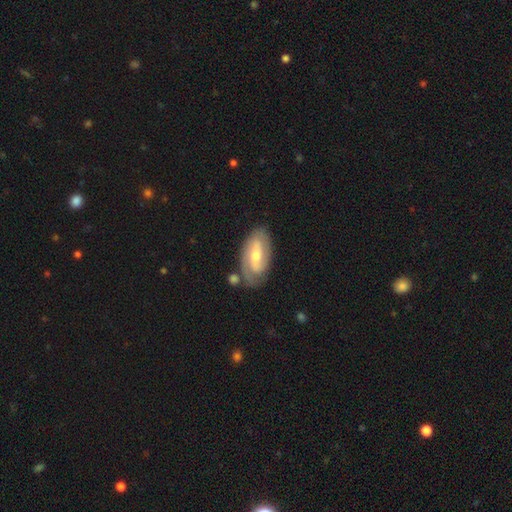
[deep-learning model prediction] smooth-or-featured: featured or disk: 71% | smooth: 24% | star or artifact: 5%
  disk-edge-on: no: 92% | yes: 8%
    bar: weak: 44% | strong: 29% | no: 27%
    has-spiral-arms: yes: 87% | no: 13%
      spiral-winding: medium: 41% | tight: 39% | loose: 20%
      spiral-arm-count: 2: 75% | can't tell: 14% | 3: 4% | 1: 4% | 4: 1% | more than 4: 1%
    bulge-size: moderate: 59% | small: 35% | large: 4% | none: 1% | dominant: 1%
  merging: none: 73% | minor disturbance: 17% | merger: 6% | major disturbance: 5%